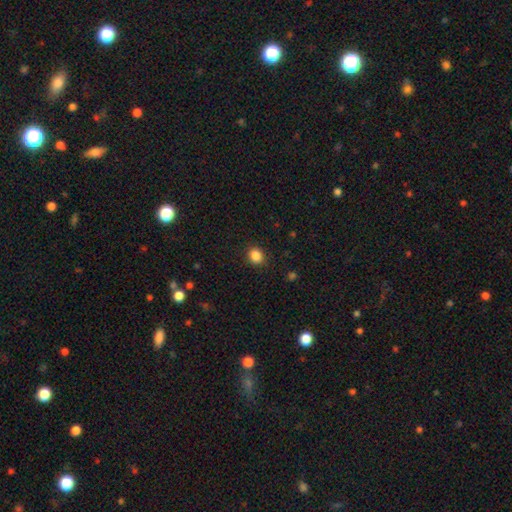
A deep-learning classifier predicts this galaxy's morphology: type=smooth (86%); roundness=round (77%); merging=none (90%).